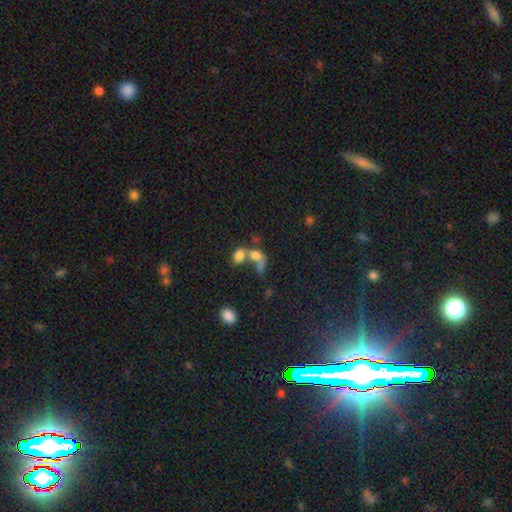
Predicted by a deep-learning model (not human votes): Smooth or featured? Predicted: smooth (p=0.68). How rounded? Predicted: in between (p=0.77). Merging? Predicted: merger (p=0.68).